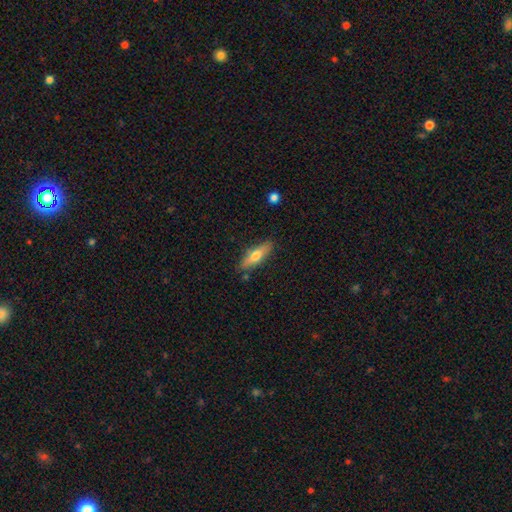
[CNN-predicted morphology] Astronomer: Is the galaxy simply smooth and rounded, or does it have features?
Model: smooth — 61%.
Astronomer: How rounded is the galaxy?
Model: cigar-shaped — 55% (runner-up: in between, 43%).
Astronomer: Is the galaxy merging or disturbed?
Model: none — 83%.